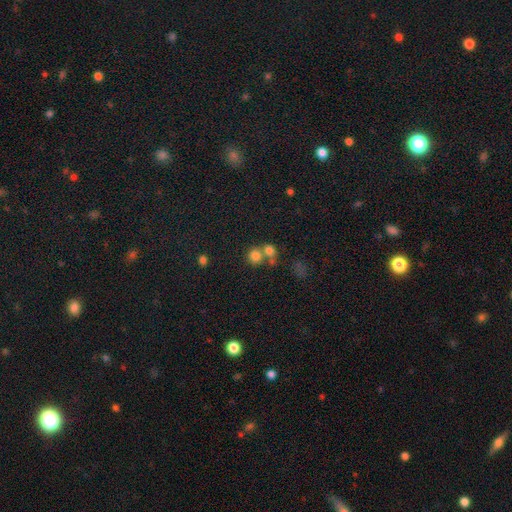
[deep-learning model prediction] Q: Smooth or featured?
A: smooth (76%); runner-up: star or artifact (14%)
Q: How rounded?
A: round (85%); runner-up: in between (14%)
Q: Merging?
A: none (45%); runner-up: merger (44%)